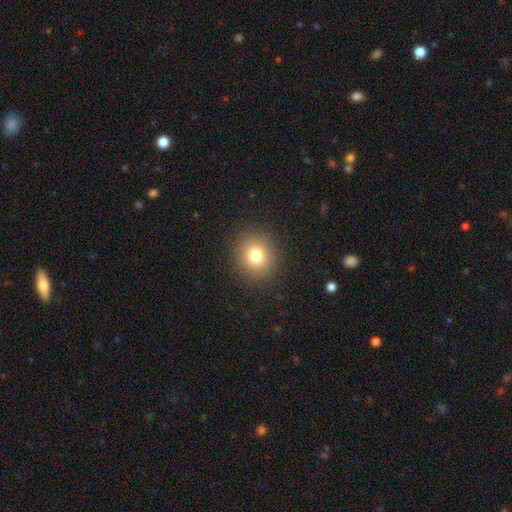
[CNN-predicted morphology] Q: Smooth or featured?
A: smooth (78%); runner-up: star or artifact (13%)
Q: How rounded?
A: round (88%); runner-up: in between (11%)
Q: Merging?
A: none (90%); runner-up: minor disturbance (6%)